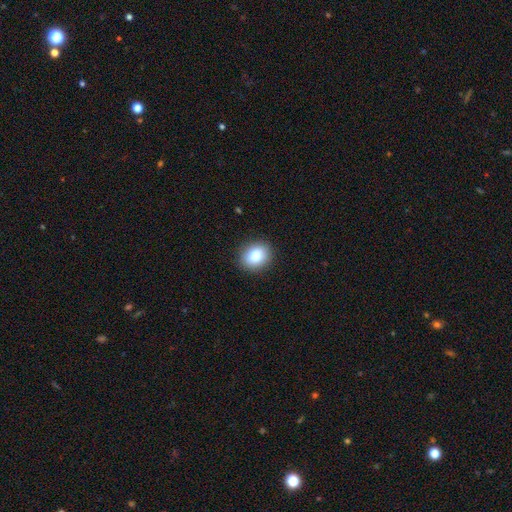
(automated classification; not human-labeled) Overall: smooth (82%). How rounded: round (61%; in between 38%). Merging: none (90%).